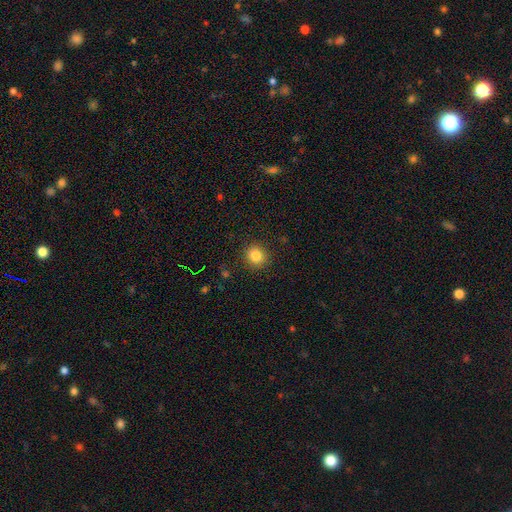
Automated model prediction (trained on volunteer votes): A smooth galaxy with no disk features (84%) that is round (85%).

Vote fractions:
- Smooth or featured? smooth: 84% / star or artifact: 11% / featured or disk: 5%
- How rounded? round: 85% / in between: 14% / cigar-shaped: 1%
- Merging? none: 90% / minor disturbance: 7% / major disturbance: 2% / merger: 1%